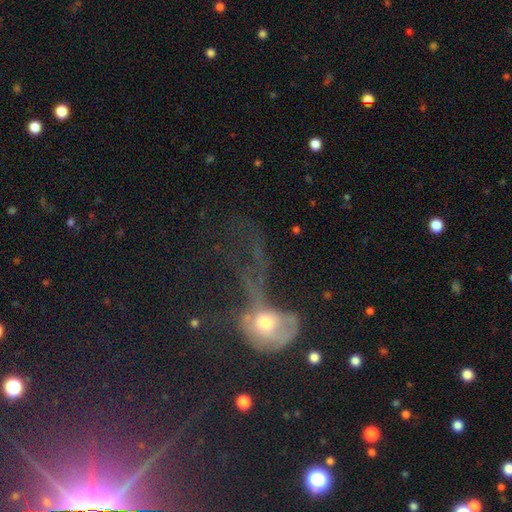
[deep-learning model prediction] Overall: featured or disk (39%; smooth 34%). Merging: major disturbance (57%; none 18%).